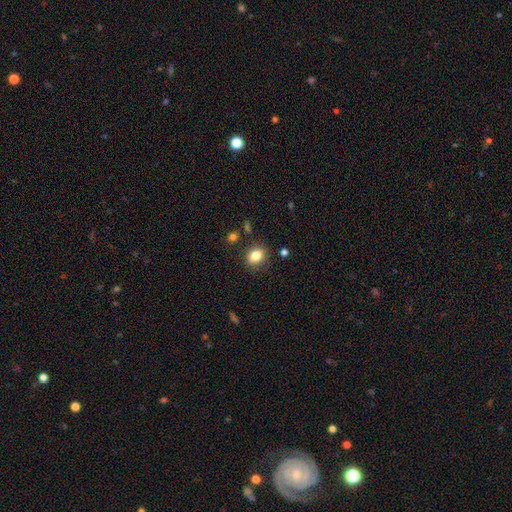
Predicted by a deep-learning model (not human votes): This is clearly a smooth galaxy (83%). How rounded: possibly in between (55%). Merging: clearly none (85%).